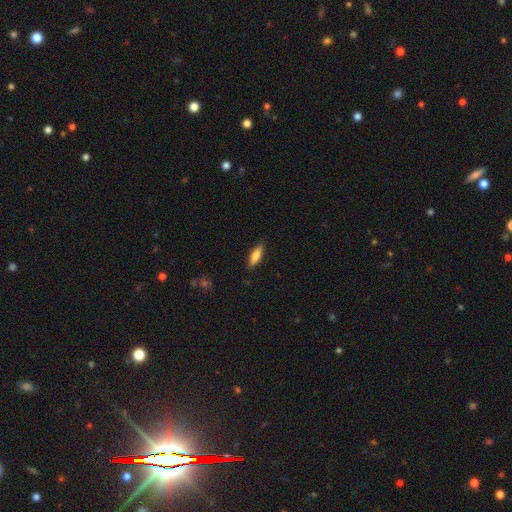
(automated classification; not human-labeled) Smooth or featured? smooth (75%)
How rounded? in between (50%)
Merging? none (86%)